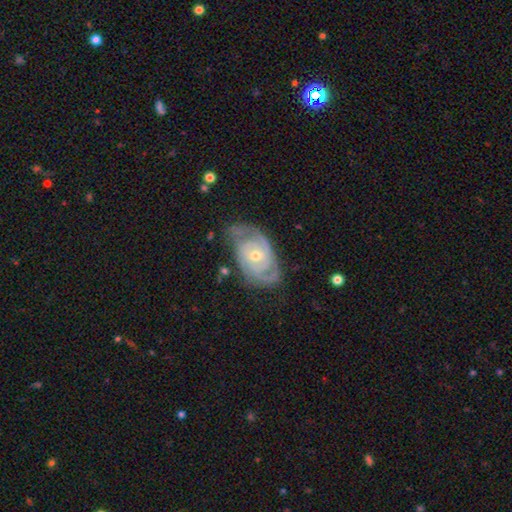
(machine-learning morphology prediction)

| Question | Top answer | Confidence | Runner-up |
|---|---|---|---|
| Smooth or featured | featured or disk | 88% | smooth (8%) |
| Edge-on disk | no | 96% | yes (4%) |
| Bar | no | 68% | weak (26%) |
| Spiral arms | yes | 96% | no (4%) |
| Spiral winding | tight | 66% | medium (28%) |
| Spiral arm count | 2 | 47% | 3 (24%) |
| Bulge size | moderate | 51% | small (46%) |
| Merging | none | 67% | minor disturbance (23%) |